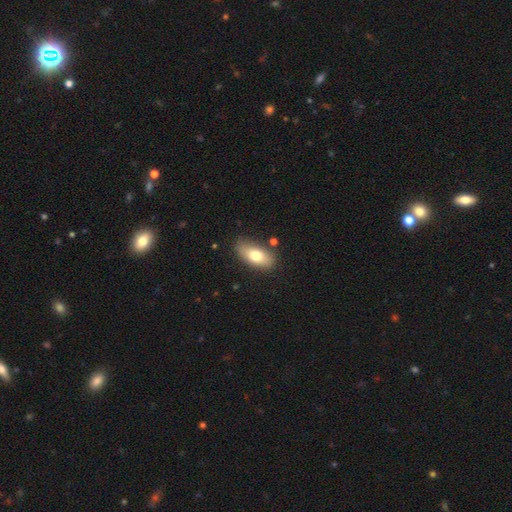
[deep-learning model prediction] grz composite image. It shows a smooth galaxy with no disk features (73%) that is in between round and cigar-shaped (87%). Merging: none (80%).